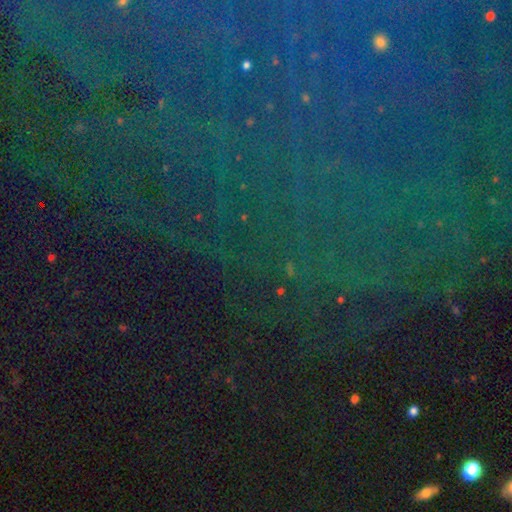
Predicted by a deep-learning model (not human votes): Q: Smooth or featured?
A: star or artifact (84%); runner-up: smooth (9%)